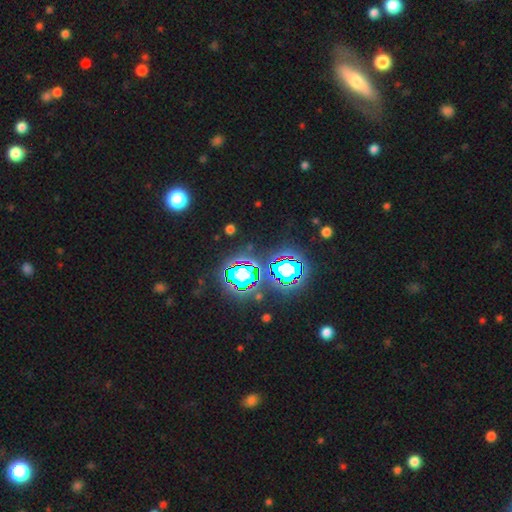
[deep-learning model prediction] A star or artifact, not a galaxy (79%).

Vote fractions:
- Smooth or featured? star or artifact: 79% / smooth: 13% / featured or disk: 8%